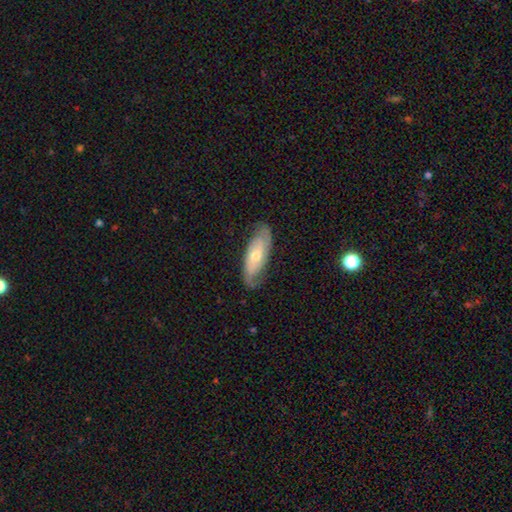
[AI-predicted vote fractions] Overall: featured or disk (65%; smooth 29%). Edge-on disk: no (85%). Bar: no (66%). Spiral arms: yes (86%). Bulge size: moderate (56%; small 39%). Merging: none (76%).